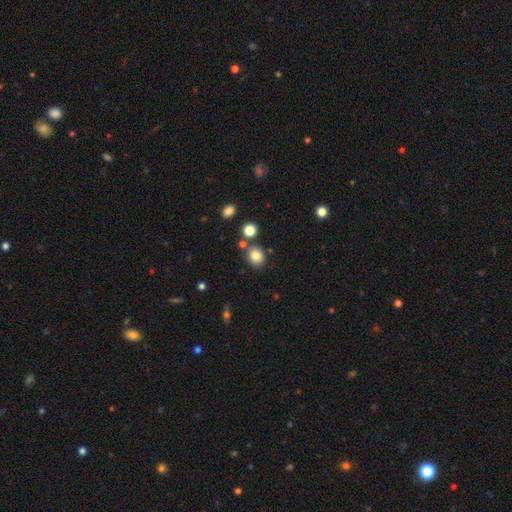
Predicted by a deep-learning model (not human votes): smooth 82%, star or artifact 11%, featured or disk 7%. Down the decision tree: how rounded — round (64%); merging — none (76%).